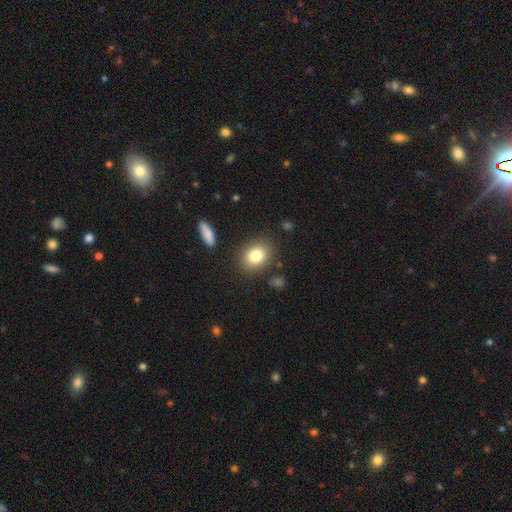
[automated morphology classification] Q: Smooth or featured?
A: smooth (81%); runner-up: featured or disk (10%)
Q: How rounded?
A: in between (56%); runner-up: round (43%)
Q: Merging?
A: none (83%); runner-up: minor disturbance (10%)